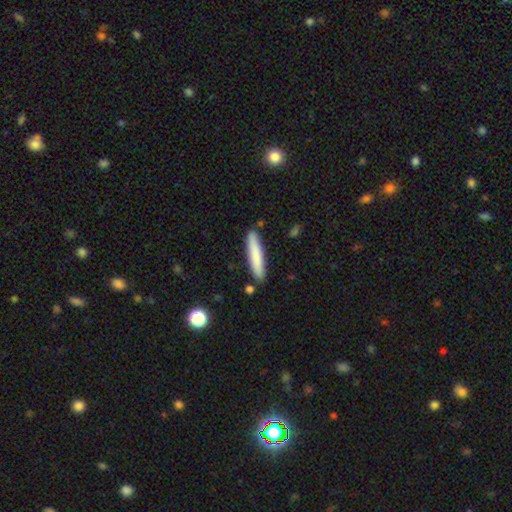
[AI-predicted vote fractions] This is likely a smooth galaxy (79%). How rounded: clearly cigar-shaped (90%). Merging: clearly none (86%).